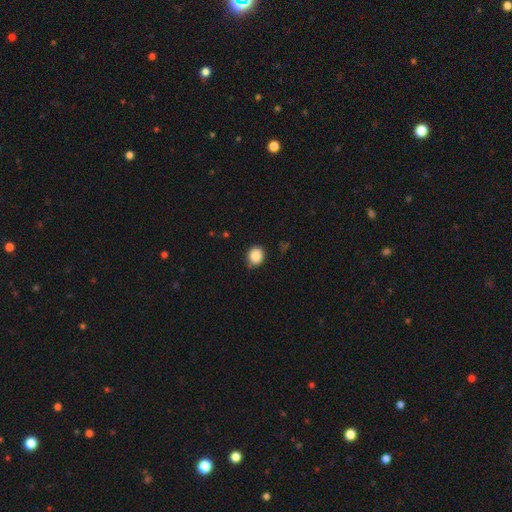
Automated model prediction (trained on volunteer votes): This appears to be a smooth galaxy with no disk features (87%) that is round (73%). Merging: none (76%).